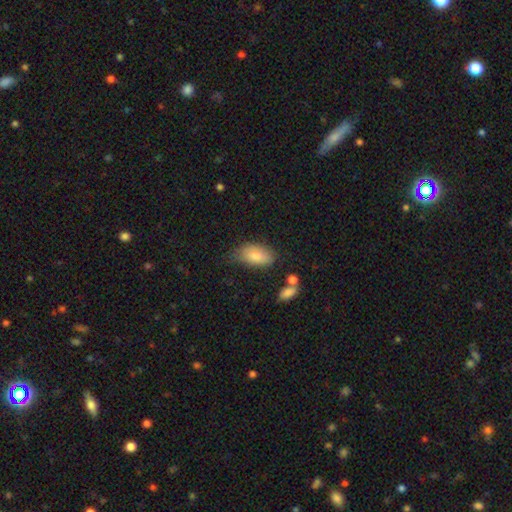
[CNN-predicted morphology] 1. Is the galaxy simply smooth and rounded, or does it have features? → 82% smooth, 11% featured or disk, 7% star or artifact.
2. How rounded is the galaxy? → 92% in between, 4% cigar-shaped, 4% round.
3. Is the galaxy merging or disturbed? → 57% none, 31% minor disturbance, 8% major disturbance, 4% merger.